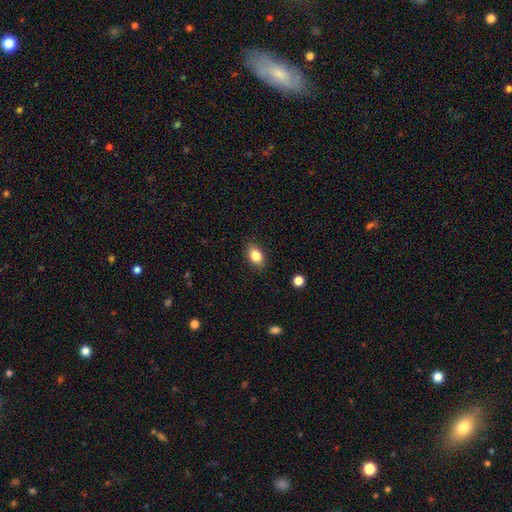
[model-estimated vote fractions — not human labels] A smooth galaxy with no disk features (84%) that is in between round and cigar-shaped (83%).

Vote fractions:
- Smooth or featured? smooth: 84% / star or artifact: 9% / featured or disk: 8%
- How rounded? in between: 83% / round: 15% / cigar-shaped: 2%
- Merging? none: 87% / minor disturbance: 10% / major disturbance: 2% / merger: 1%